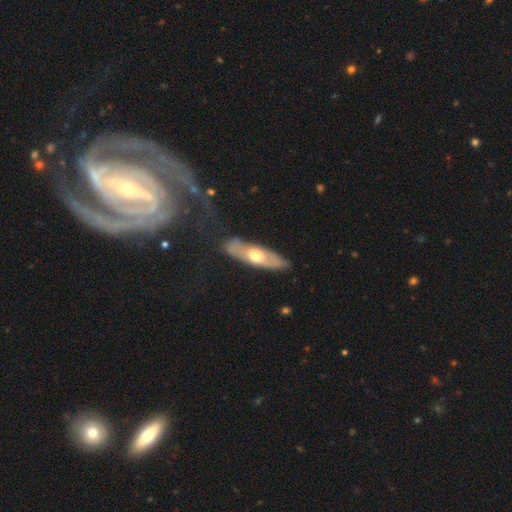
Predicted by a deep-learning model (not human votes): Smooth or featured? smooth (48%)
Merging? none (80%)